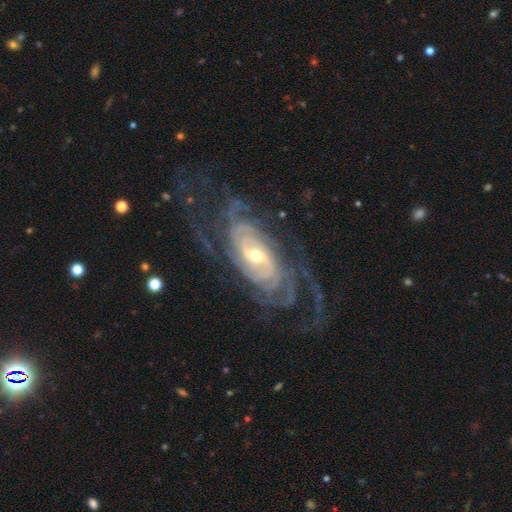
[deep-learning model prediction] Morphology: type=featured or disk (92%); edge-on=no (94%); bar=no (41%); spiral arms=yes (98%); winding=tight (68%); arm count=can't tell (24%); bulge=moderate (50%); merging=none (69%).